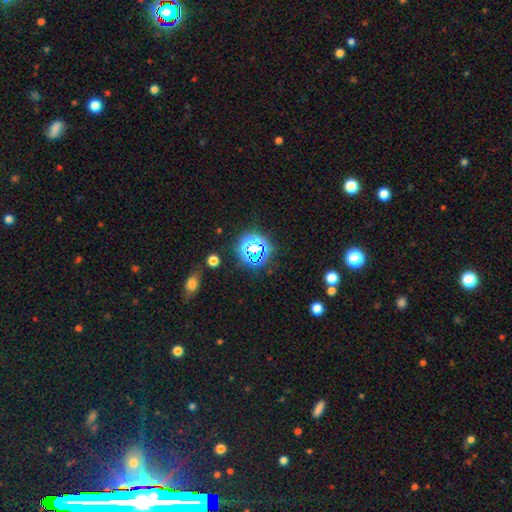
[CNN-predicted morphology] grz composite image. It shows a star or artifact, not a galaxy (63%).